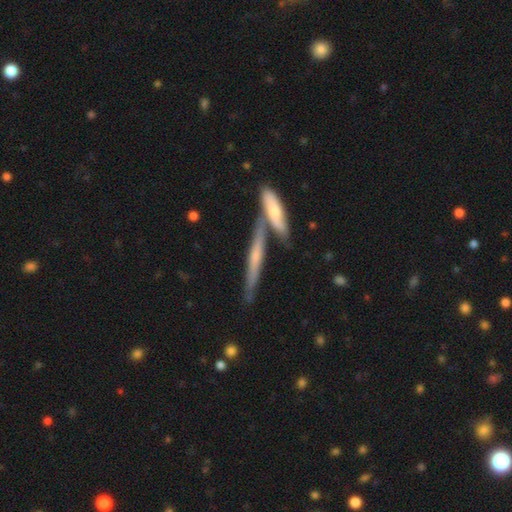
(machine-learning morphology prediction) Smooth or featured: featured or disk — 57% (smooth — 36%)
Edge-on disk: yes — 92% (no — 8%)
Edge-on bulge: rounded — 46% (none — 42%)
Merging: none — 62% (merger — 24%)